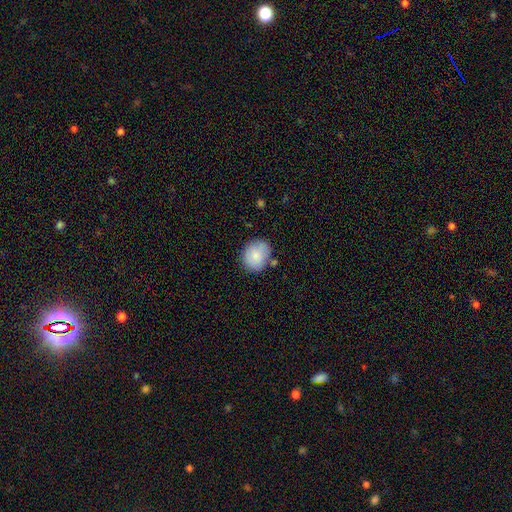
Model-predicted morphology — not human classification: A smooth galaxy with no disk features (82%) that is round (58%). Merging: none (70%).